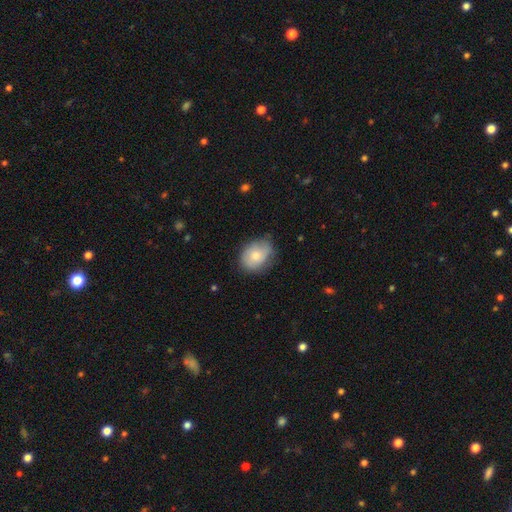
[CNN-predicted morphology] The model was most divided on "how rounded": in between: 60%, round: 39%, cigar-shaped: 1%. More confident: smooth or featured — smooth (73%); merging — none (66%).